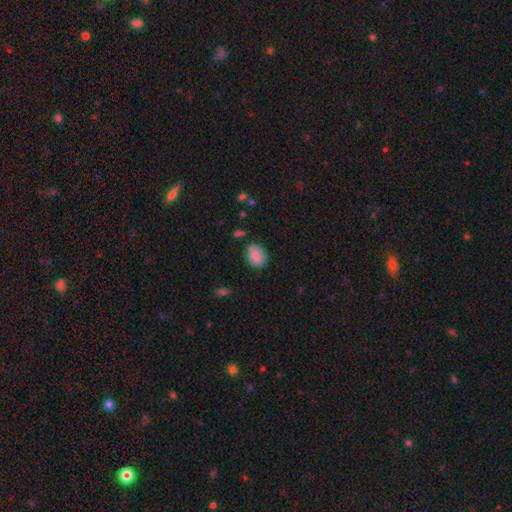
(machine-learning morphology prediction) A smooth galaxy with no disk features (85%) that is in between round and cigar-shaped (64%).

Vote fractions:
- Smooth or featured? smooth: 85% / star or artifact: 8% / featured or disk: 7%
- How rounded? in between: 64% / round: 35% / cigar-shaped: 1%
- Merging? none: 68% / minor disturbance: 23% / major disturbance: 5% / merger: 4%